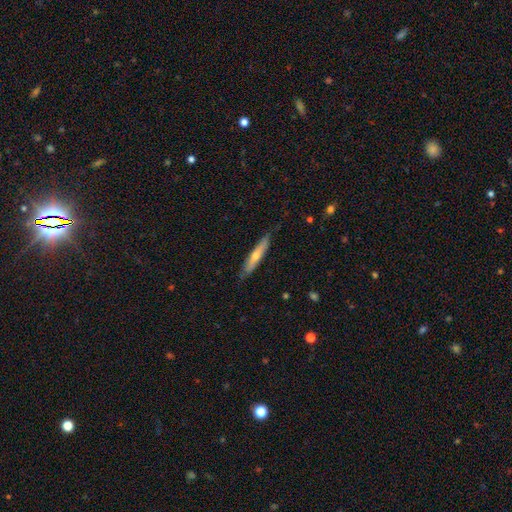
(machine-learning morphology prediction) Smooth or featured?
  - featured or disk: 49% *
  - smooth: 46%
  - star or artifact: 6%
Merging?
  - none: 82% *
  - minor disturbance: 14%
  - major disturbance: 2%
  - merger: 1%